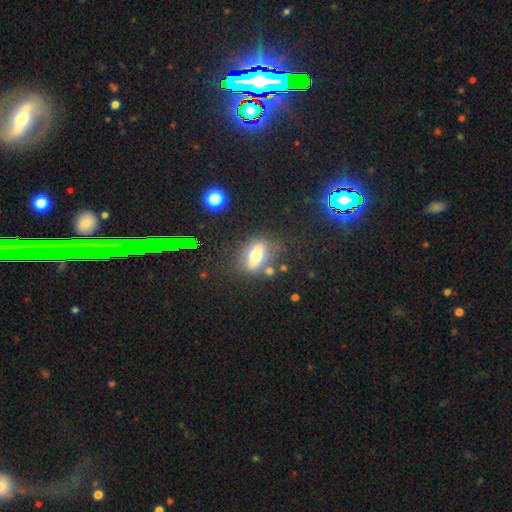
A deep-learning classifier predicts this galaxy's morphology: Smooth or featured? Predicted: smooth (p=0.54). How rounded? Predicted: in between (p=0.68). Merging? Predicted: none (p=0.71).